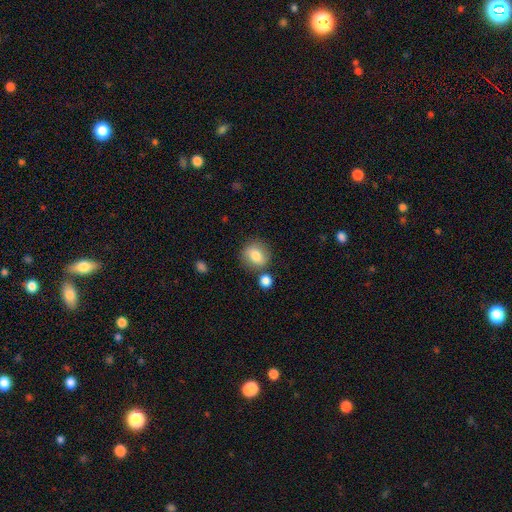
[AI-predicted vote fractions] smooth-or-featured: smooth: 78% | featured or disk: 13% | star or artifact: 9%
  how-rounded: round: 70% | in between: 29% | cigar-shaped: 1%
  merging: none: 72% | minor disturbance: 13% | merger: 12% | major disturbance: 4%